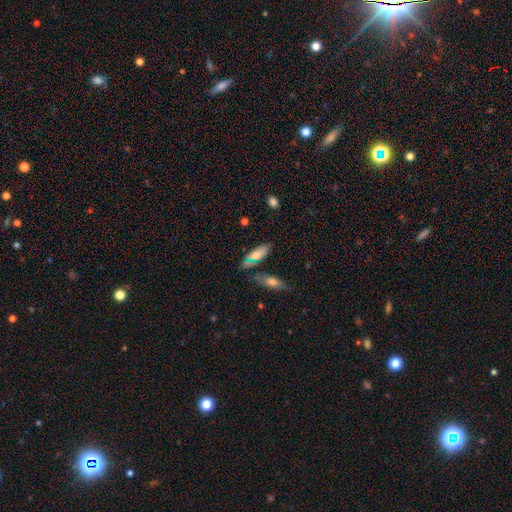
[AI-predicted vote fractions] Overall: smooth (72%). How rounded: in between (67%; cigar-shaped 30%). Merging: none (64%).